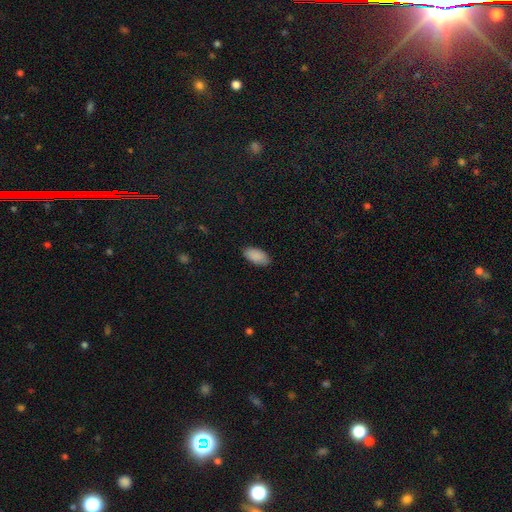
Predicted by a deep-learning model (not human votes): Smooth or featured? smooth (90%)
How rounded? in between (94%)
Merging? none (87%)